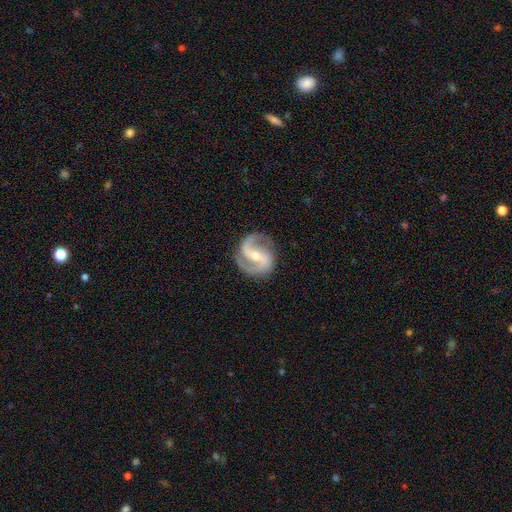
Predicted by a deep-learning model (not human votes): Overall: featured or disk (92%). Edge-on disk: no (98%). Bar: strong (45%; weak 36%). Spiral arms: yes (98%). Spiral arm count: 2 (93%). Spiral winding: medium (59%; tight 21%). Bulge size: small (52%; moderate 45%). Merging: none (84%).